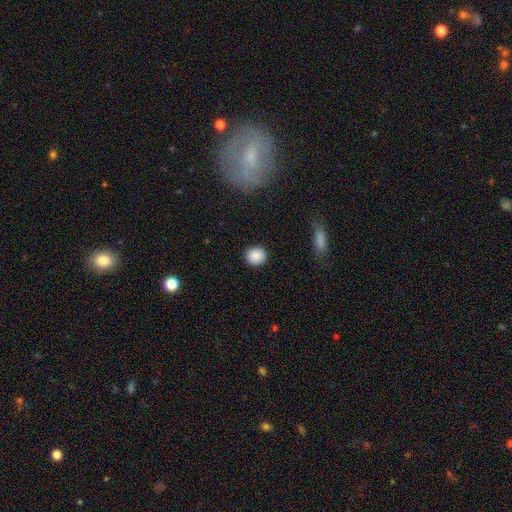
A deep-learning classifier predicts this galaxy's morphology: Smooth or featured: smooth — 88% (star or artifact — 8%)
How rounded: round — 86% (in between — 13%)
Merging: none — 89% (minor disturbance — 7%)